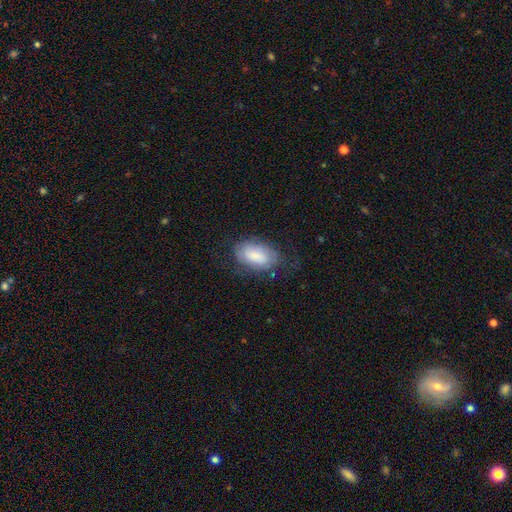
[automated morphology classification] Smooth or featured? smooth (74%)
How rounded? in between (94%)
Merging? none (62%)